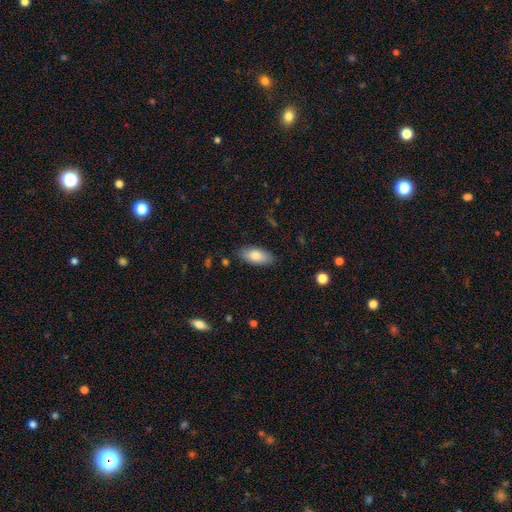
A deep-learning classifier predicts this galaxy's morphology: Q: Smooth or featured?
A: smooth (83%); runner-up: featured or disk (11%)
Q: How rounded?
A: in between (90%); runner-up: cigar-shaped (7%)
Q: Merging?
A: none (84%); runner-up: minor disturbance (12%)